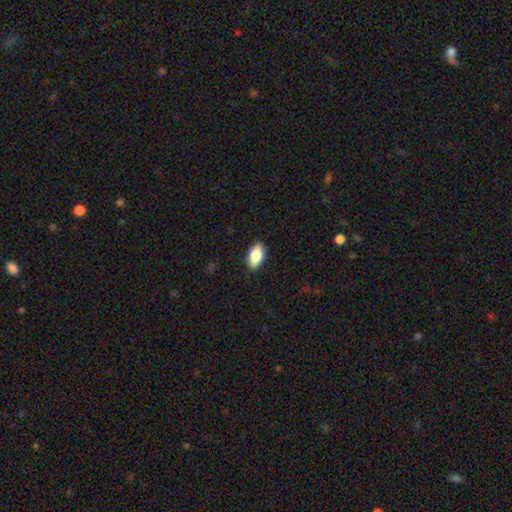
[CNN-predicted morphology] Overall: smooth (85%). How rounded: in between (92%). Merging: none (89%).